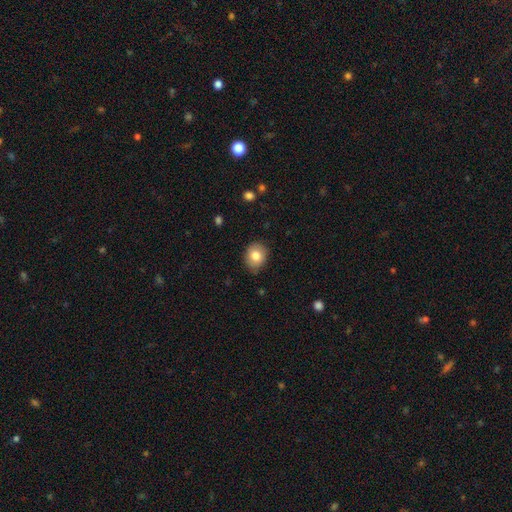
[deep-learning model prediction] Q: Smooth or featured?
A: smooth (81%); runner-up: featured or disk (11%)
Q: How rounded?
A: round (62%); runner-up: in between (38%)
Q: Merging?
A: none (84%); runner-up: minor disturbance (13%)